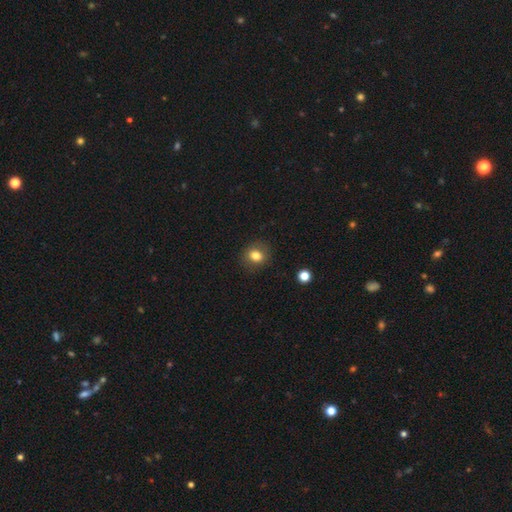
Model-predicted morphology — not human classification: Smooth or featured: smooth — 80% (star or artifact — 11%)
How rounded: round — 66% (in between — 33%)
Merging: none — 85% (minor disturbance — 10%)